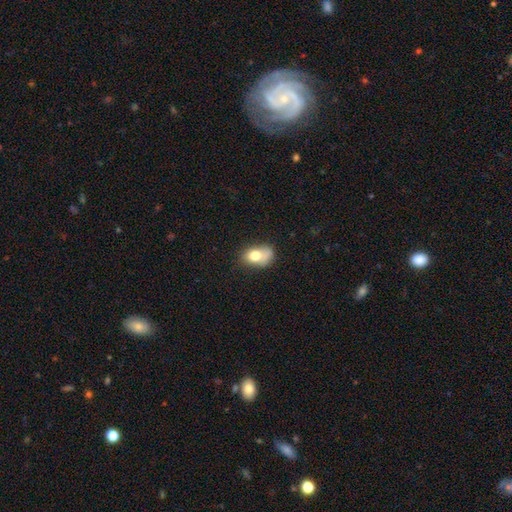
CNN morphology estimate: type=smooth (74%); roundness=in between (78%); merging=none (41%).